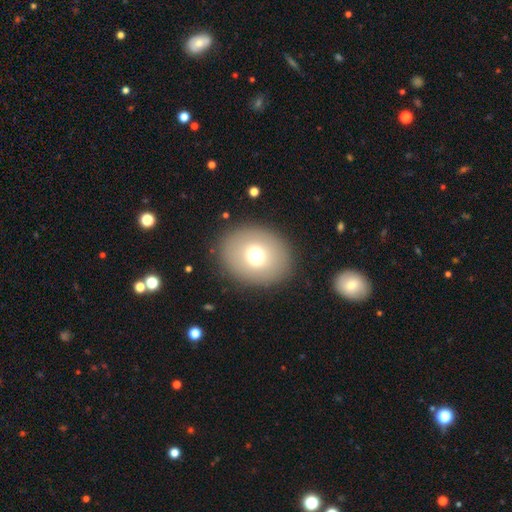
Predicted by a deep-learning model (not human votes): The model was most divided on "how rounded": round: 58%, in between: 41%, cigar-shaped: 1%. More confident: merging — none (88%); smooth or featured — smooth (70%).